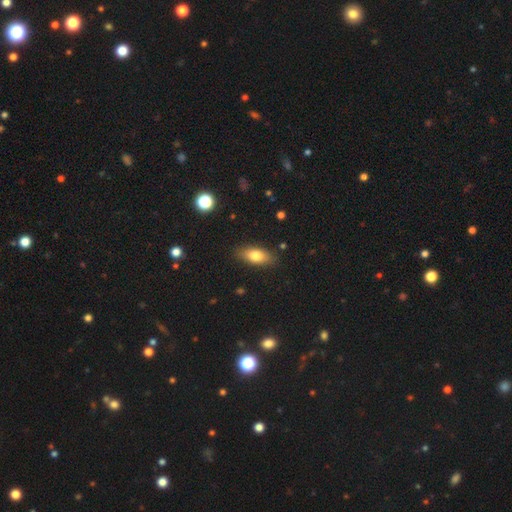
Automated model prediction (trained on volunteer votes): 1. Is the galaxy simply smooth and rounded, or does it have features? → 74% smooth, 19% featured or disk, 8% star or artifact.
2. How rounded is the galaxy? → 78% in between, 17% cigar-shaped, 5% round.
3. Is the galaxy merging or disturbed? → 86% none, 10% minor disturbance, 2% major disturbance, 1% merger.